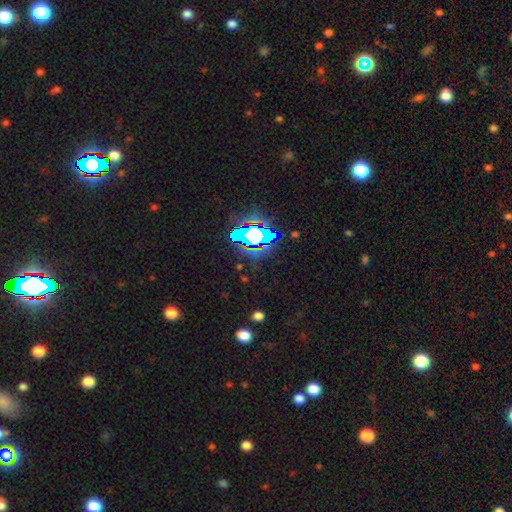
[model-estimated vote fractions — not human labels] smooth_or_featured: star or artifact (p=0.75) [alt: smooth p=0.14]